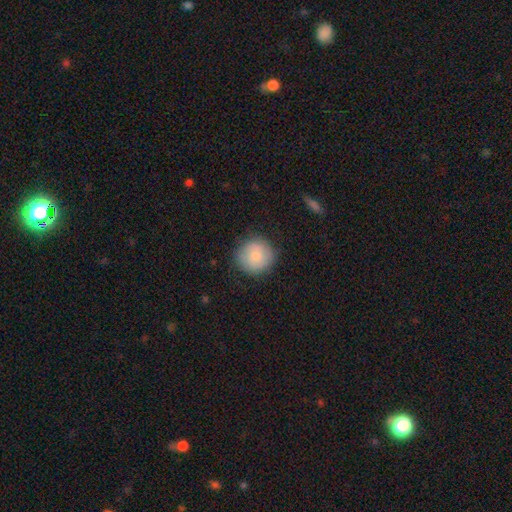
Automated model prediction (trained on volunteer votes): Smooth or featured? Predicted: smooth (p=0.76). How rounded? Predicted: round (p=0.93). Merging? Predicted: none (p=0.83).